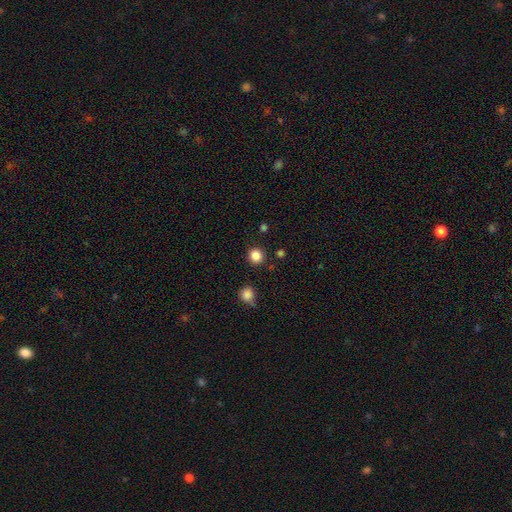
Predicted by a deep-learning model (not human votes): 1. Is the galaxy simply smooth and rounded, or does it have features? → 84% smooth, 12% star or artifact, 4% featured or disk.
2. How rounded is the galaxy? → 92% round, 7% in between, 1% cigar-shaped.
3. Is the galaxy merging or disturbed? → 89% none, 6% minor disturbance, 3% merger, 2% major disturbance.